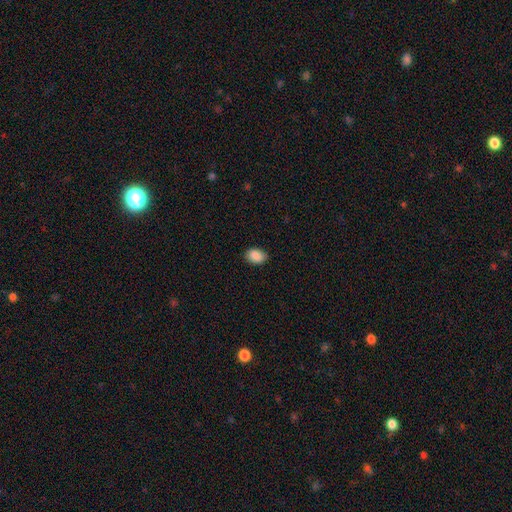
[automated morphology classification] The model was most divided on "how rounded": in between: 80%, round: 19%, cigar-shaped: 1%. More confident: smooth or featured — smooth (89%); merging — none (86%).